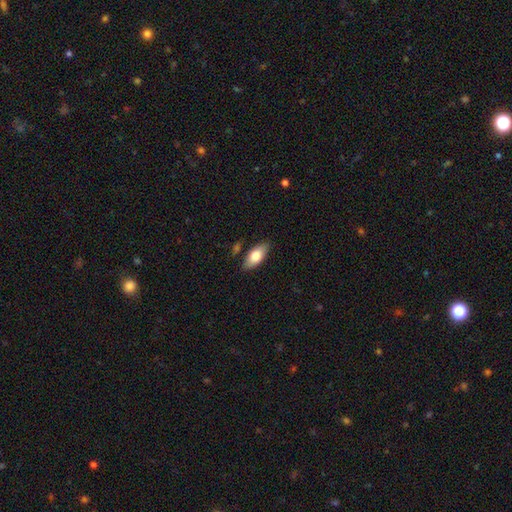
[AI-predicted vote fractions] Overall: smooth (76%). How rounded: in between (88%). Merging: none (82%).